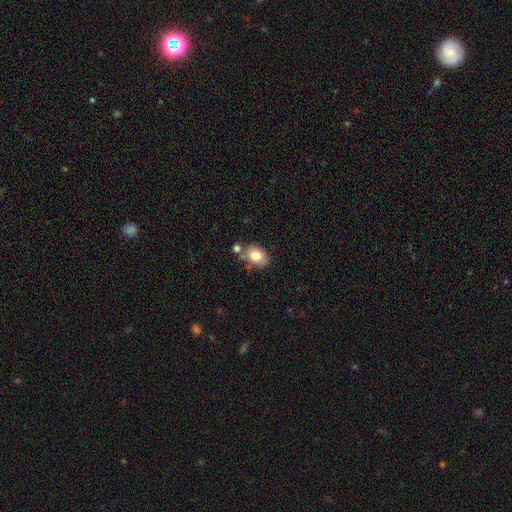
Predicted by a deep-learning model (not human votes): Overall: smooth (79%). How rounded: in between (70%). Merging: none (62%).